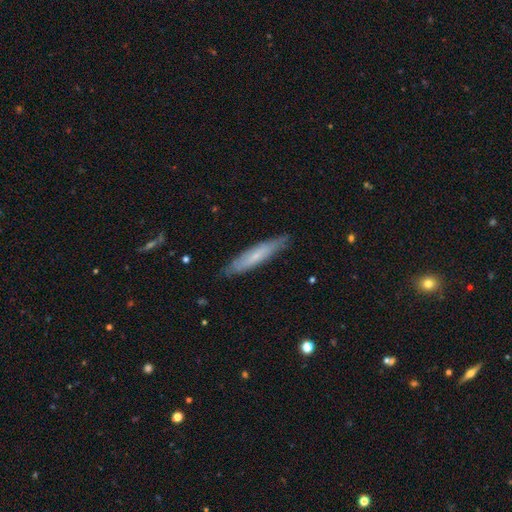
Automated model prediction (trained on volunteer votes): The model was most divided on "smooth or featured": smooth: 55%, featured or disk: 39%, star or artifact: 6%. More confident: how rounded — cigar-shaped (84%); merging — none (84%).